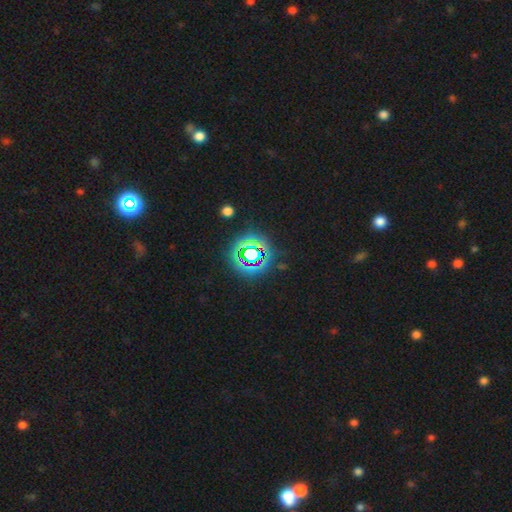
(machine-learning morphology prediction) Smooth or featured? star or artifact (74%)